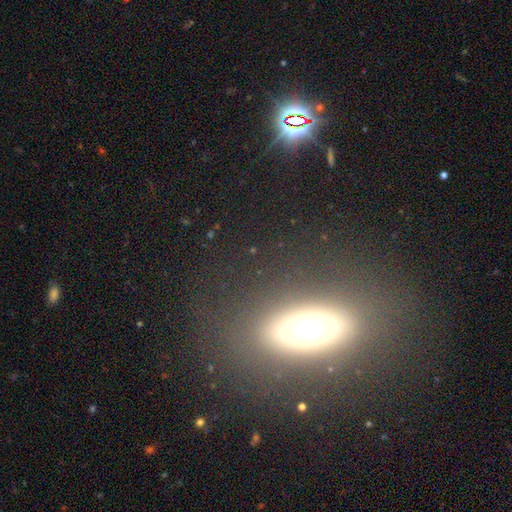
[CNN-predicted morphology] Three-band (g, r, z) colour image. It shows a featured or disk galaxy (47%). Merging: none (82%).